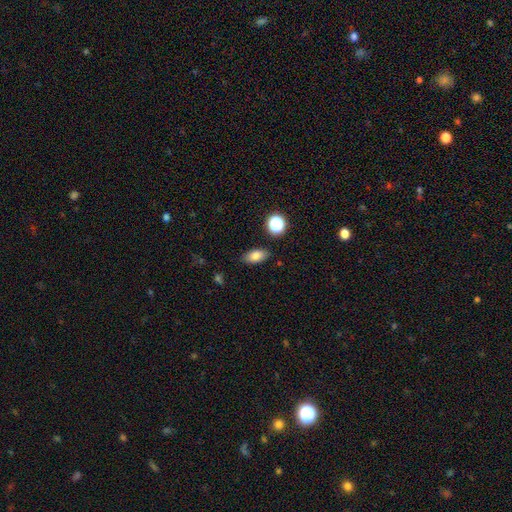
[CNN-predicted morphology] Smooth or featured: smooth — 80% (star or artifact — 11%)
How rounded: in between — 87% (round — 9%)
Merging: none — 84% (minor disturbance — 11%)